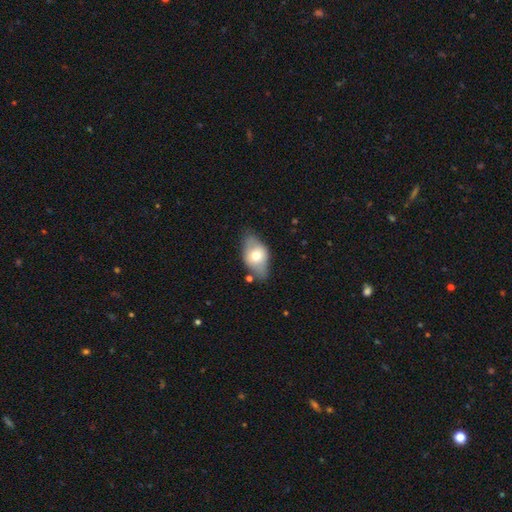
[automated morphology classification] Smooth or featured? smooth (60%)
How rounded? in between (87%)
Merging? none (65%)